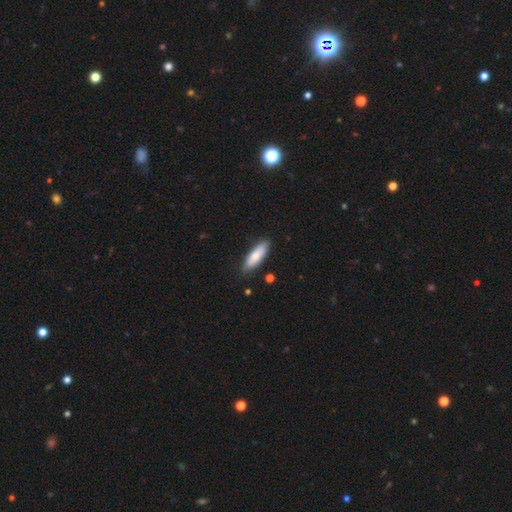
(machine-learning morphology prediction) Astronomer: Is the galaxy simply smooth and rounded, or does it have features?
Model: smooth — 80%.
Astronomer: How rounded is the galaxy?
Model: cigar-shaped — 51% (runner-up: in between, 47%).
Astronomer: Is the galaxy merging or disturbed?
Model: none — 84%.